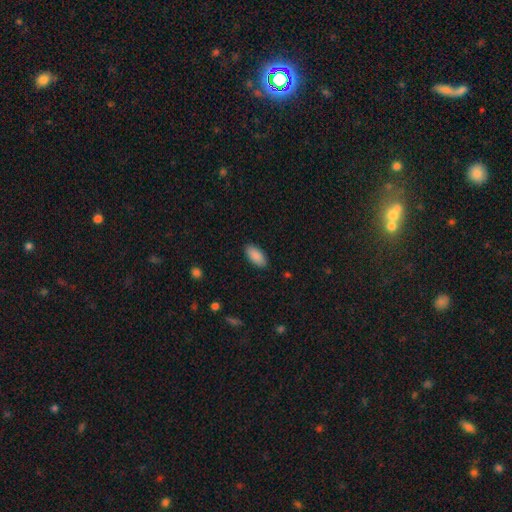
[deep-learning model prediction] smooth_or_featured: smooth (p=0.90) [alt: star or artifact p=0.06]
how_rounded: in between (p=0.92) [alt: cigar-shaped p=0.06]
merging: none (p=0.89) [alt: minor disturbance p=0.08]